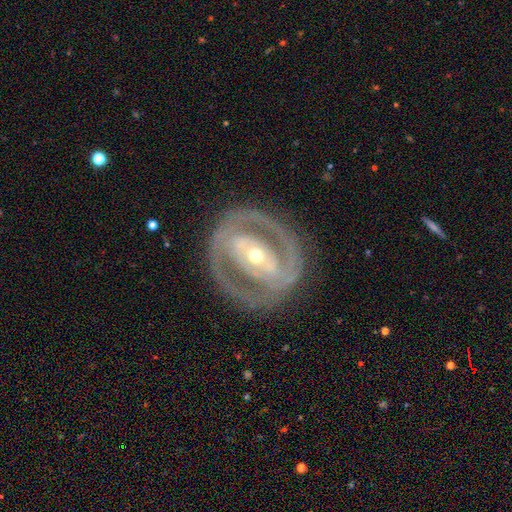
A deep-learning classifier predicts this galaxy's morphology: The model was most divided on "bulge size" (2-way tie): moderate: 47%, small: 47%, large: 4%, dominant: 1%, none: 1%. Remaining: edge-on disk — no (94%); smooth or featured — featured or disk (82%); merging — none (77%); spiral arms — yes (62%); bar — strong (48%).